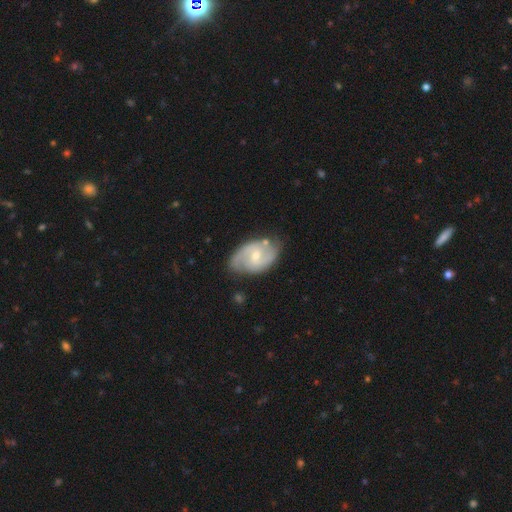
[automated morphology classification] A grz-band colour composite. It shows a featured or disk galaxy (80%) with a weak bar (52%), 2 (85%) medium (52%) spiral arms (93%) and a small central bulge (55%). Merging: none (75%).